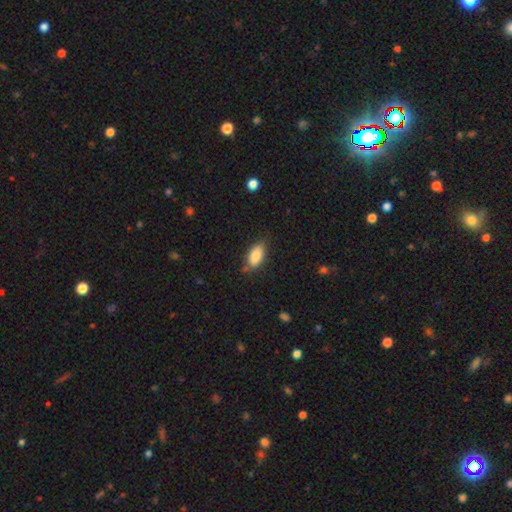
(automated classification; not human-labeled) Smooth or featured?
  - smooth: 83% *
  - featured or disk: 9%
  - star or artifact: 7%
How rounded?
  - in between: 90% *
  - cigar-shaped: 7%
  - round: 3%
Merging?
  - none: 71% *
  - minor disturbance: 21%
  - major disturbance: 4%
  - merger: 3%